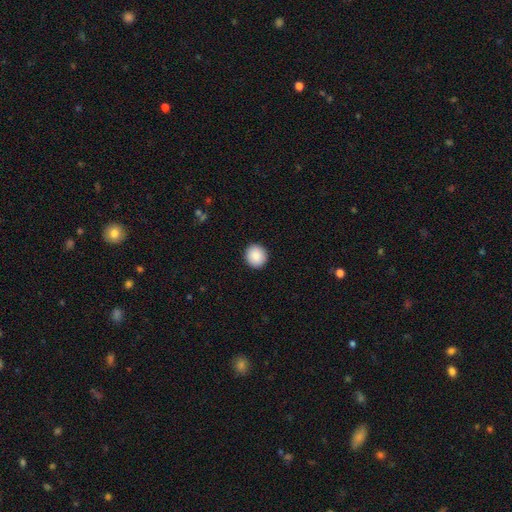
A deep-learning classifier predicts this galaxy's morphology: Q: Smooth or featured?
A: smooth (89%); runner-up: star or artifact (7%)
Q: How rounded?
A: round (92%); runner-up: in between (7%)
Q: Merging?
A: none (93%); runner-up: minor disturbance (5%)